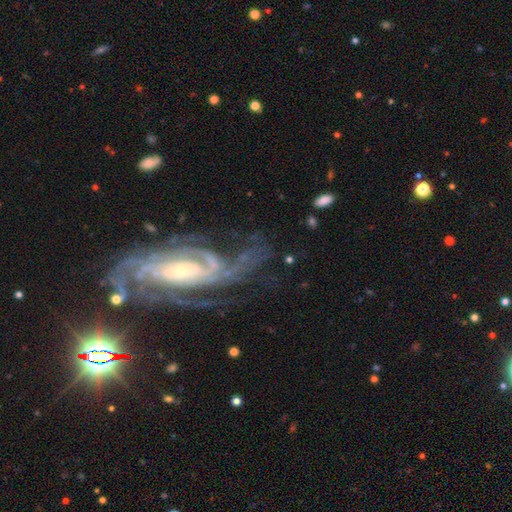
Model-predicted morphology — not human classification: Smooth or featured? Predicted: featured or disk (p=0.90). Edge-on disk? Predicted: no (p=0.96). Bar? Predicted: no (p=0.50). Spiral arms? Predicted: yes (p=0.98). Spiral winding? Predicted: tight (p=0.57). Spiral arm count? Predicted: 2 (p=0.27). Bulge size? Predicted: small (p=0.68). Merging? Predicted: none (p=0.61).